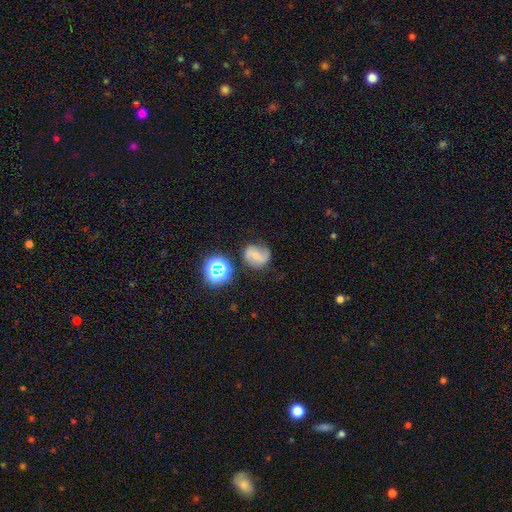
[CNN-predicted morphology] smooth_or_featured: featured or disk (p=0.56) [alt: smooth p=0.30]
disk_edge_on: no (p=0.97) [alt: yes p=0.03]
bar: weak (p=0.45) [alt: no p=0.28]
has_spiral_arms: yes (p=0.87) [alt: no p=0.13]
bulge_size: small (p=0.57) [alt: moderate p=0.20]
merging: none (p=0.69) [alt: minor disturbance p=0.20]